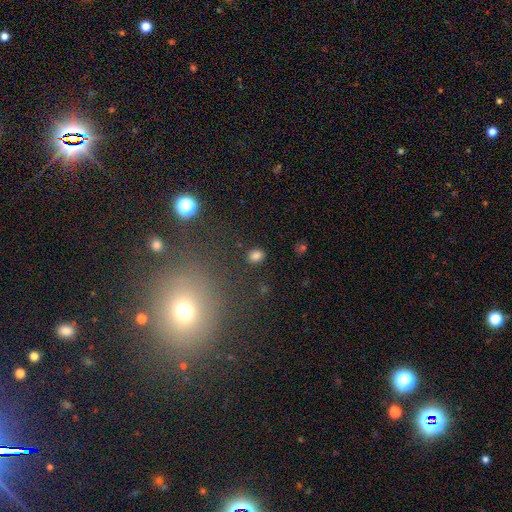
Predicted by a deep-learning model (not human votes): Smooth or featured: smooth — 81% (star or artifact — 14%)
How rounded: round — 54% (in between — 45%)
Merging: none — 87% (minor disturbance — 8%)